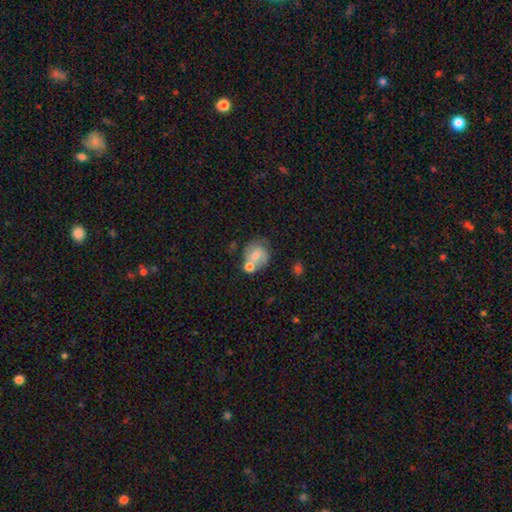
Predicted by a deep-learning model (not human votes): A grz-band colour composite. It shows a smooth galaxy with no disk features (52%) that is round (64%). Merging: none (38%).